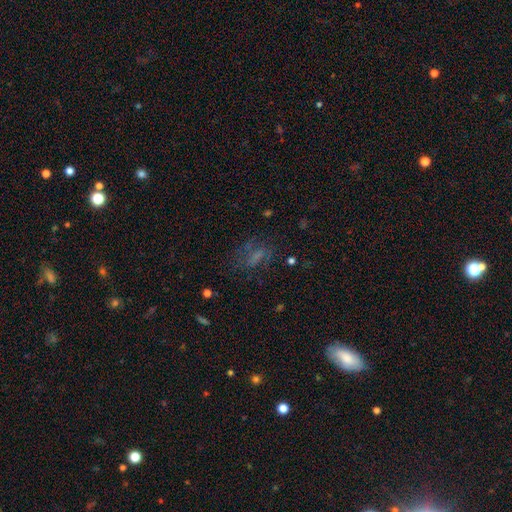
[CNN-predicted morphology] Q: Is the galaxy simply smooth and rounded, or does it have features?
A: smooth — 42%.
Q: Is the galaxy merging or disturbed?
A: none — 55%.